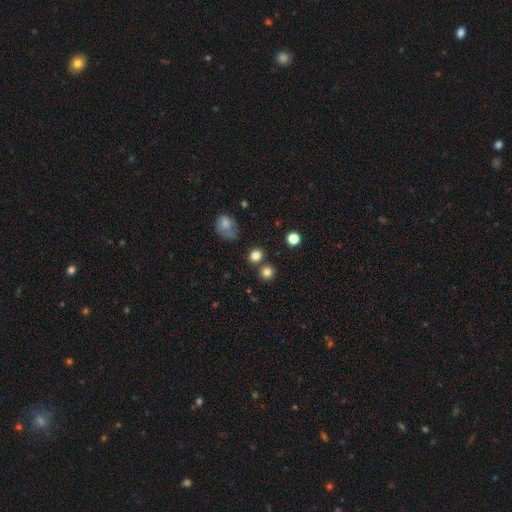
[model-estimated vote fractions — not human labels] Smooth or featured? Predicted: smooth (p=0.81). How rounded? Predicted: round (p=0.85). Merging? Predicted: none (p=0.73).